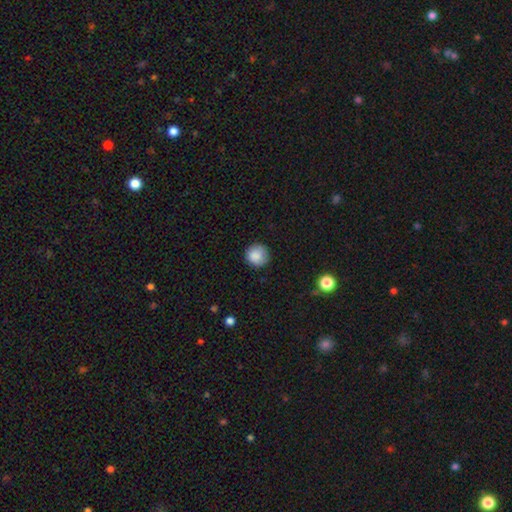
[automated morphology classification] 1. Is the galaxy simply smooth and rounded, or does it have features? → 87% smooth, 8% star or artifact, 5% featured or disk.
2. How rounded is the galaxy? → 94% round, 5% in between, 1% cigar-shaped.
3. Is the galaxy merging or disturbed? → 87% none, 10% minor disturbance, 2% major disturbance, 1% merger.